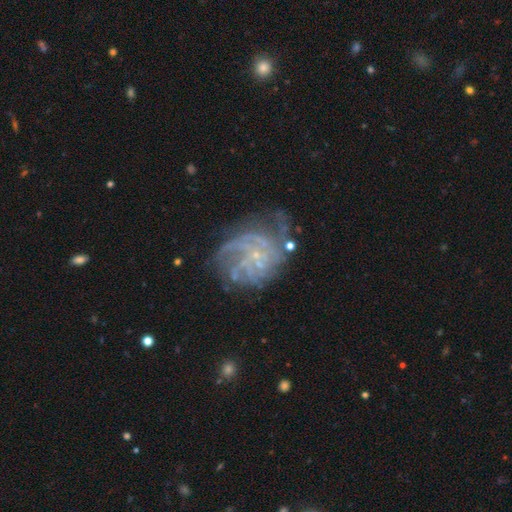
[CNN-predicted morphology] The model was most divided on "spiral arm count": can't tell: 34%, 4: 21%, 3: 15%, more than 4: 13%, 2: 10%, 1: 8%. More confident: edge-on disk — no (98%); spiral arms — yes (88%); smooth or featured — featured or disk (79%); bulge size — small (73%); bar — no (72%); merging — none (55%); spiral winding — tight (53%).